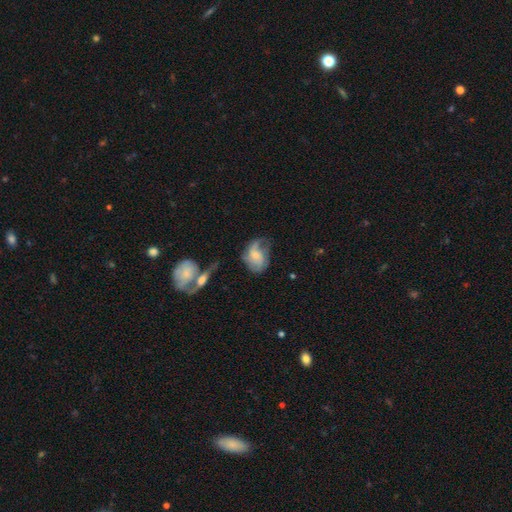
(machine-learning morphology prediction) This is likely a featured or disk galaxy (63%). It is clearly not viewed edge-on (97%). Bar: likely no (67%). Spiral arm pattern: clearly yes (85%). Spiral arm count: marginally 2 (43%). Spiral winding: marginally medium (41%). Central bulge: possibly small (58%). Merging: marginally none (41%).